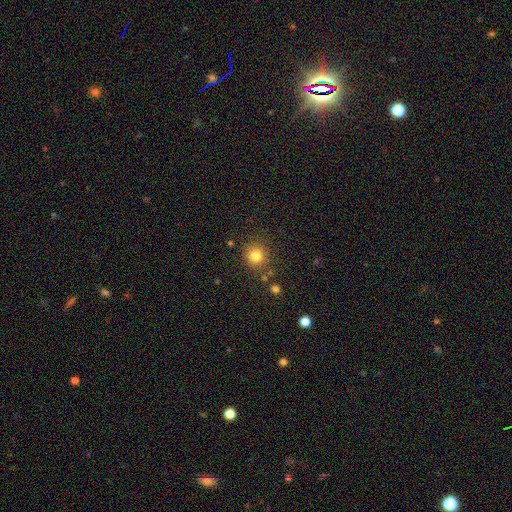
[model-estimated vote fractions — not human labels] A smooth galaxy with no disk features (81%) that is round (90%).

Vote fractions:
- Smooth or featured? smooth: 81% / star or artifact: 13% / featured or disk: 6%
- How rounded? round: 90% / in between: 9% / cigar-shaped: 1%
- Merging? none: 84% / minor disturbance: 9% / merger: 4% / major disturbance: 3%